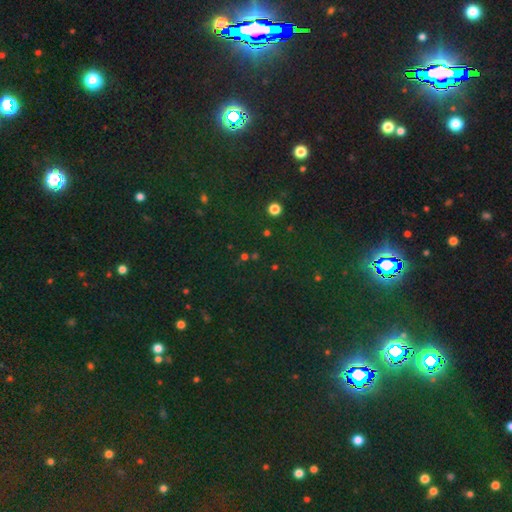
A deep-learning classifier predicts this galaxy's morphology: A star or artifact, not a galaxy (77%).